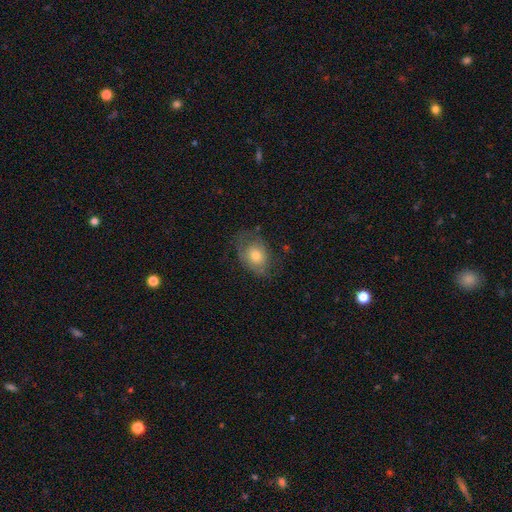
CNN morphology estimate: smooth_or_featured: smooth (p=0.63) [alt: featured or disk p=0.28]
how_rounded: in between (p=0.63) [alt: round p=0.36]
merging: none (p=0.56) [alt: minor disturbance p=0.27]